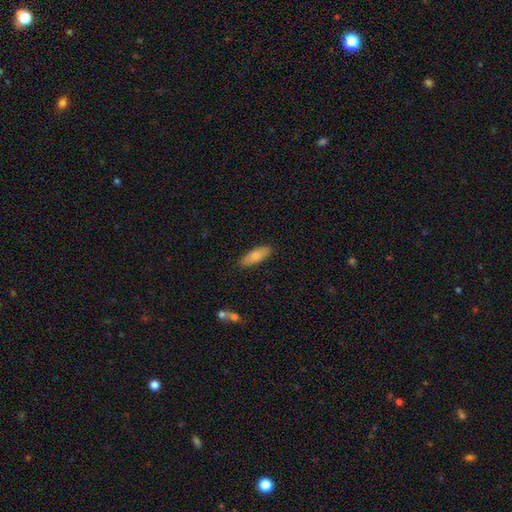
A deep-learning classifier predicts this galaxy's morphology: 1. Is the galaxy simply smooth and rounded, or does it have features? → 66% smooth, 27% featured or disk, 7% star or artifact.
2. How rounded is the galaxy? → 61% in between, 36% cigar-shaped, 3% round.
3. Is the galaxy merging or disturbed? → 88% none, 9% minor disturbance, 2% major disturbance, 1% merger.